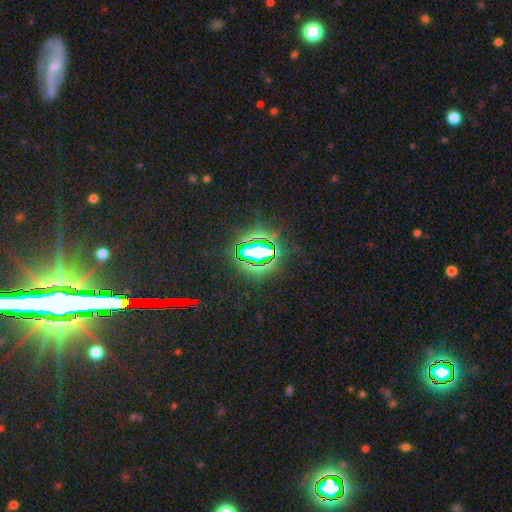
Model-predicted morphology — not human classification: Smooth or featured? star or artifact (77%)